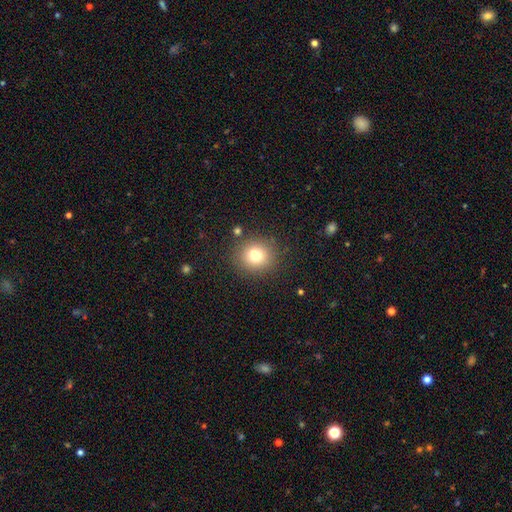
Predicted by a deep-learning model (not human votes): Smooth or featured?
  - smooth: 74% *
  - star or artifact: 14%
  - featured or disk: 12%
How rounded?
  - round: 83% *
  - in between: 16%
  - cigar-shaped: 1%
Merging?
  - none: 80% *
  - minor disturbance: 10%
  - merger: 7%
  - major disturbance: 4%